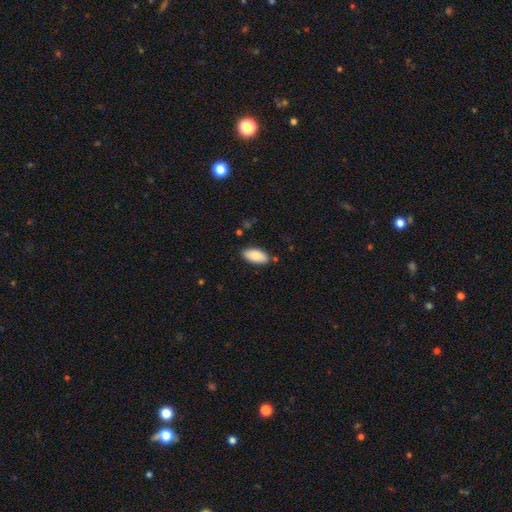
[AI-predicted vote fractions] Smooth or featured? Predicted: smooth (p=0.85). How rounded? Predicted: in between (p=0.92). Merging? Predicted: none (p=0.85).